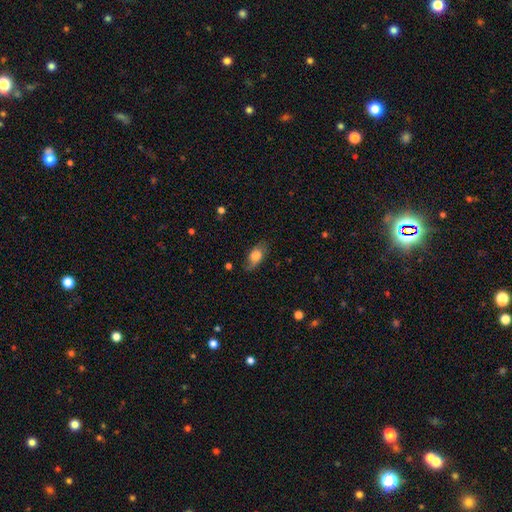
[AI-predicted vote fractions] Smooth or featured: smooth — 65% (featured or disk — 27%)
How rounded: in between — 85% (round — 8%)
Merging: none — 72% (minor disturbance — 20%)